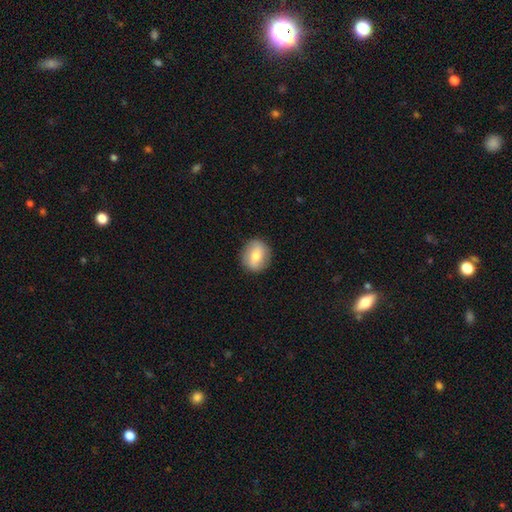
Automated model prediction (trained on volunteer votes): This appears to be a smooth galaxy with no disk features (70%) that is round (71%). Merging: none (88%).